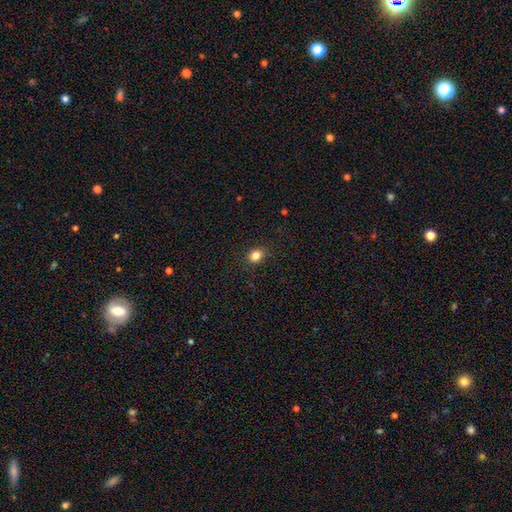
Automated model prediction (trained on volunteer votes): smooth 84%, star or artifact 11%, featured or disk 5%. Down the decision tree: how rounded — round (56%); merging — none (89%).